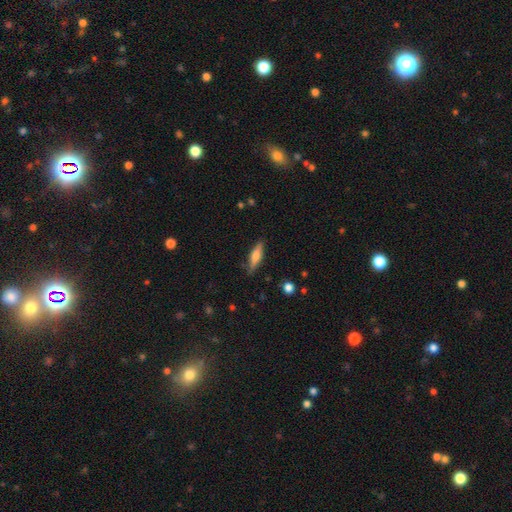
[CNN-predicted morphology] Smooth or featured: smooth — 56% (featured or disk — 37%)
How rounded: cigar-shaped — 68% (in between — 29%)
Merging: none — 82% (minor disturbance — 14%)